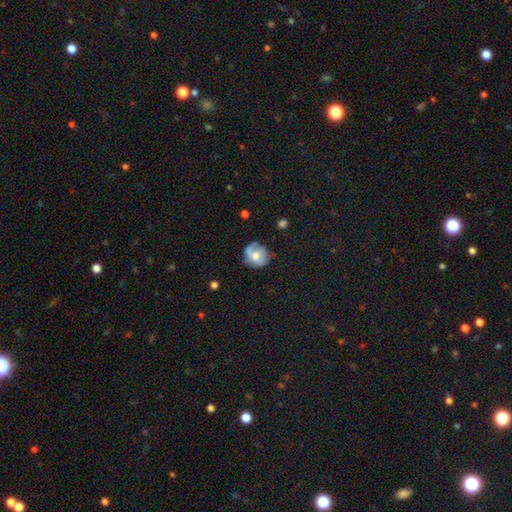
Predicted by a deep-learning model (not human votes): A smooth galaxy with no disk features (54%) that is round (79%).

Vote fractions:
- Smooth or featured? smooth: 54% / featured or disk: 37% / star or artifact: 9%
- How rounded? round: 79% / in between: 20% / cigar-shaped: 1%
- Merging? none: 57% / minor disturbance: 28% / major disturbance: 11% / merger: 4%